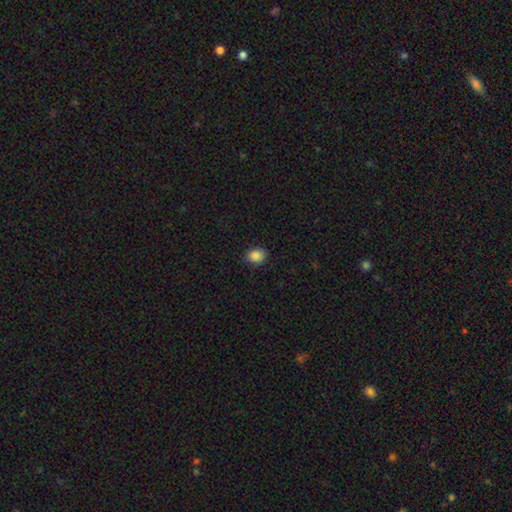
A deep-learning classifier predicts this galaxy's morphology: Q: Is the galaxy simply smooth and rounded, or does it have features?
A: smooth — 87%.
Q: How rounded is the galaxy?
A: round — 55%.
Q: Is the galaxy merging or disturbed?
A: none — 85%.